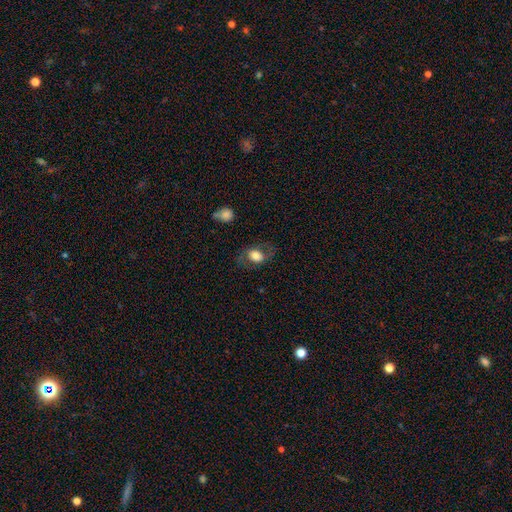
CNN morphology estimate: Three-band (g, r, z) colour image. It shows a smooth galaxy with no disk features (62%) that is in between round and cigar-shaped (70%). Merging: none (69%).